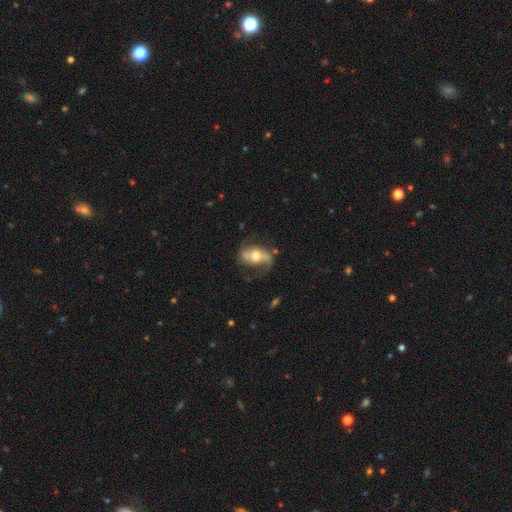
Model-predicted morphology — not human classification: The model was most divided on "bar": weak: 39%, no: 38%, strong: 23%. More confident: edge-on disk — no (96%); spiral arms — yes (90%); spiral arm count — 2 (79%); smooth or featured — featured or disk (76%); bulge size — moderate (60%); merging — none (56%); spiral winding — loose (51%).